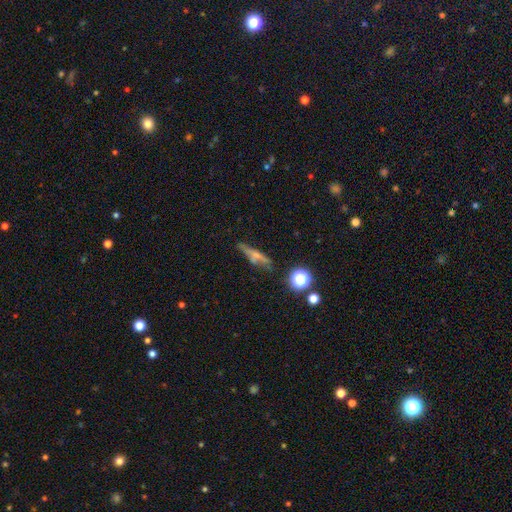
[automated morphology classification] Smooth or featured? smooth (47%)
Merging? none (62%)